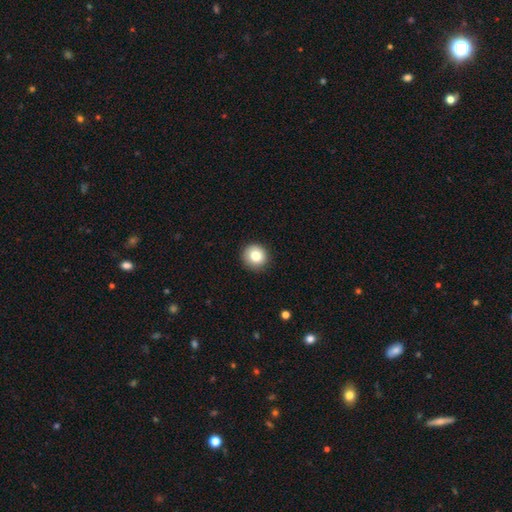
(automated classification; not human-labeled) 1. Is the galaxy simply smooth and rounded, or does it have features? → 83% smooth, 10% star or artifact, 8% featured or disk.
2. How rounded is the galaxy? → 93% round, 6% in between, 1% cigar-shaped.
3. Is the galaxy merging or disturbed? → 89% none, 8% minor disturbance, 2% major disturbance, 1% merger.